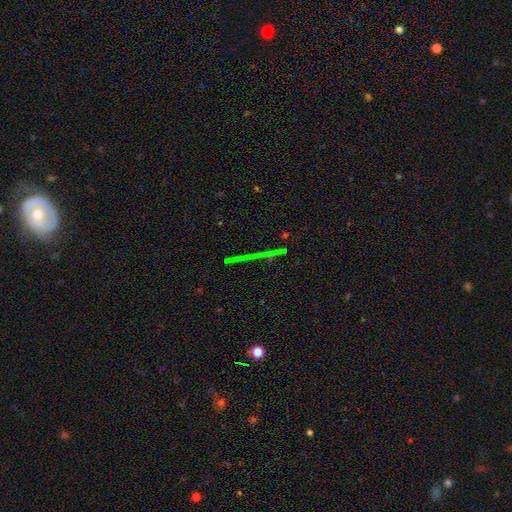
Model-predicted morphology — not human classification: type=star or artifact (59%).